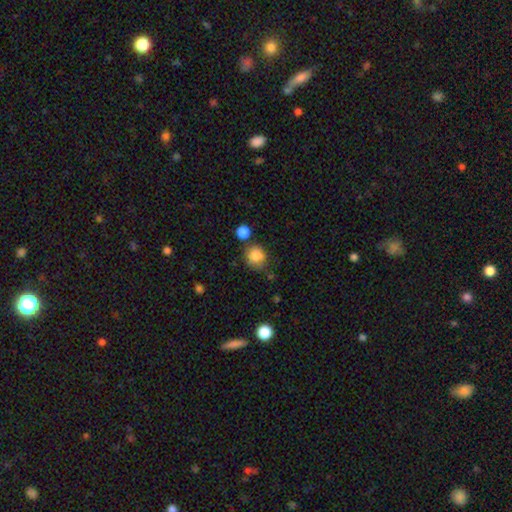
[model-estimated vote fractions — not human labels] Smooth or featured: smooth — 84% (star or artifact — 10%)
How rounded: round — 83% (in between — 16%)
Merging: none — 70% (minor disturbance — 17%)